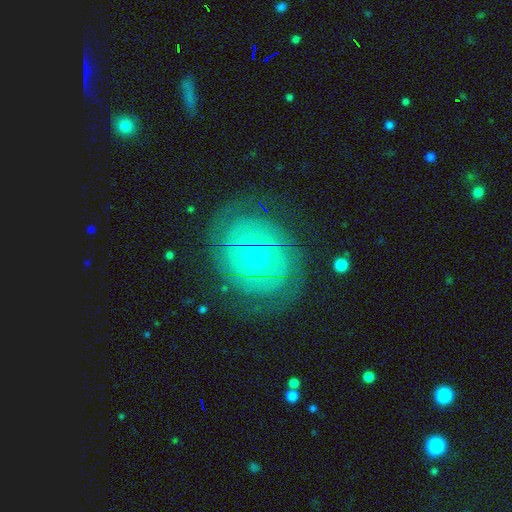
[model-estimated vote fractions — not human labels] This appears to be a featured or disk galaxy (76%) with no bar (81%), tight (80%) spiral arms (88%) and a small central bulge (82%). Merging: none (77%).